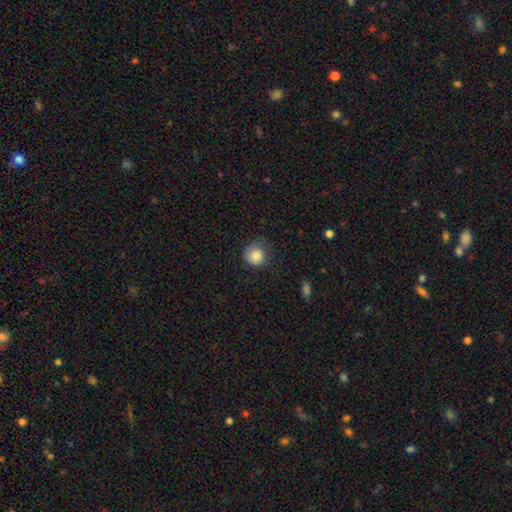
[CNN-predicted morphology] Overall: smooth (84%). How rounded: round (86%). Merging: none (54%; minor disturbance 29%).